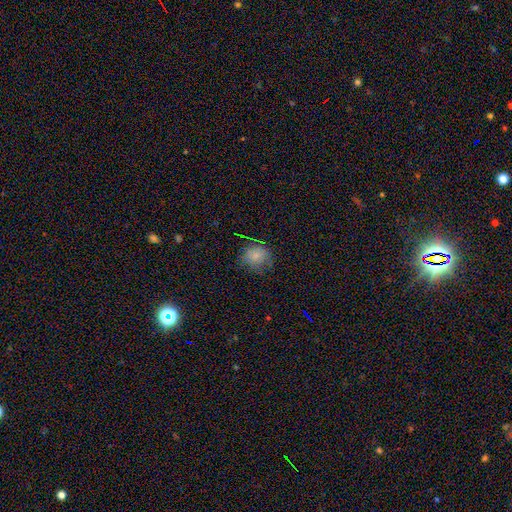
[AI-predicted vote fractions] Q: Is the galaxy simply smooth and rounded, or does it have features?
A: smooth — 76%.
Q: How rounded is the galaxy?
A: round — 81%.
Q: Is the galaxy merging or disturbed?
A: none — 70%.